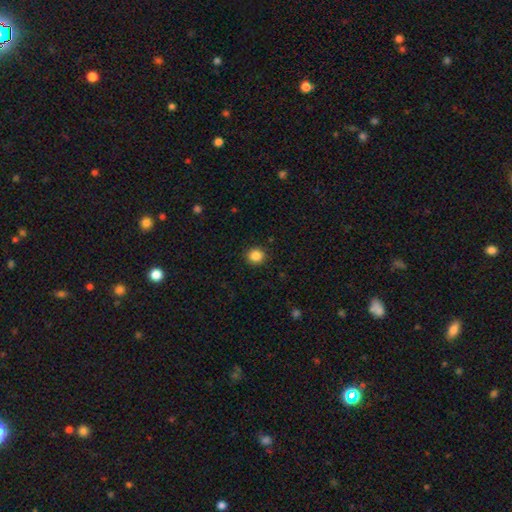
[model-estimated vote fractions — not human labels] Overall: smooth (86%). How rounded: round (89%). Merging: none (92%).